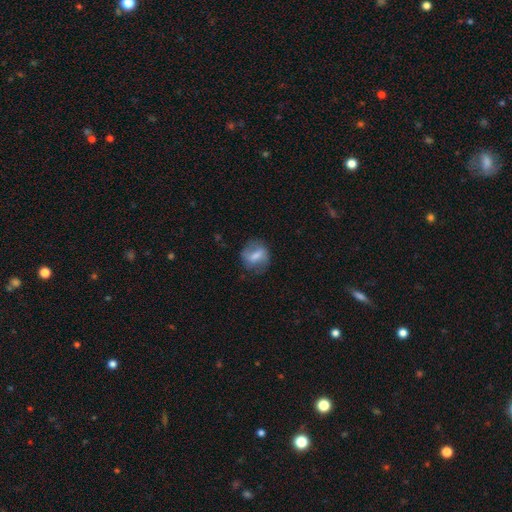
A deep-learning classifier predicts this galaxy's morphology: Q: Smooth or featured?
A: smooth (50%); runner-up: featured or disk (42%)
Q: How rounded?
A: round (52%); runner-up: in between (44%)
Q: Merging?
A: none (69%); runner-up: minor disturbance (21%)